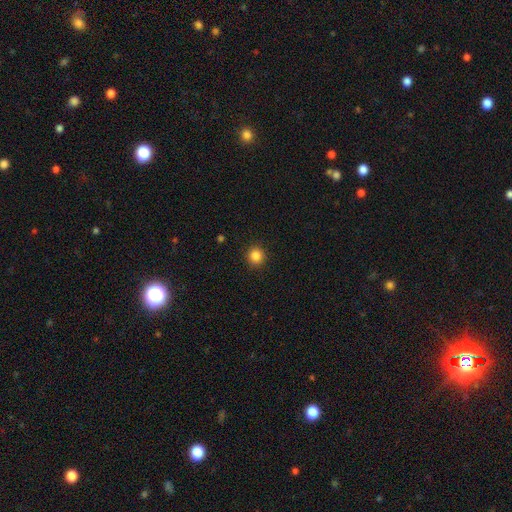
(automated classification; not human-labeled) Q: Smooth or featured?
A: smooth (85%); runner-up: star or artifact (11%)
Q: How rounded?
A: round (94%); runner-up: in between (5%)
Q: Merging?
A: none (93%); runner-up: minor disturbance (5%)